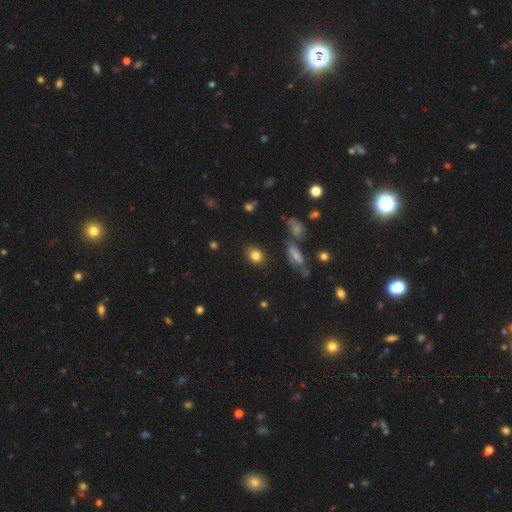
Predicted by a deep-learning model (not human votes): Smooth or featured: smooth — 81% (star or artifact — 11%)
How rounded: round — 51% (in between — 47%)
Merging: none — 83% (minor disturbance — 10%)